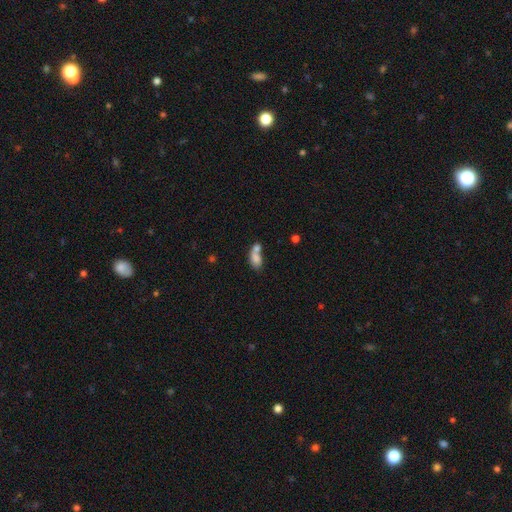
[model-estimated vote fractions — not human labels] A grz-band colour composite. It shows a smooth galaxy with no disk features (76%) that is in between round and cigar-shaped (82%). Merging: merger (64%).